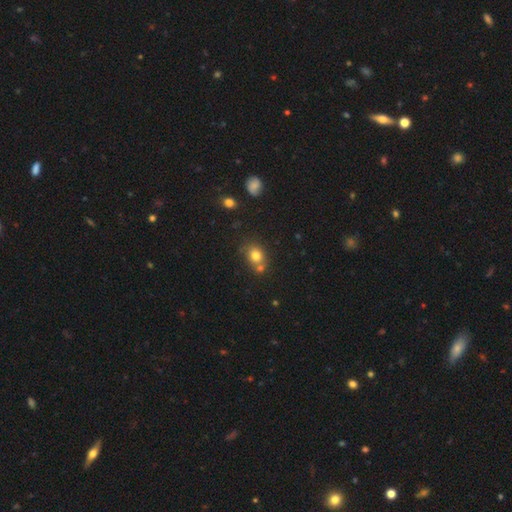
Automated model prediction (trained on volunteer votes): Smooth or featured: smooth — 77% (star or artifact — 13%)
How rounded: round — 59% (in between — 40%)
Merging: none — 55% (merger — 28%)